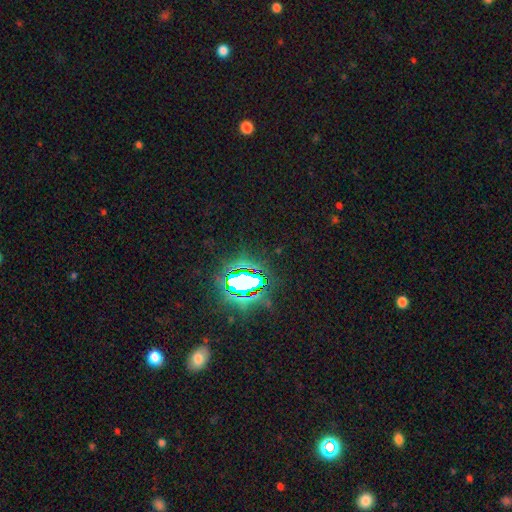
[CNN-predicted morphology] This appears to be a star or artifact, not a galaxy (83%).